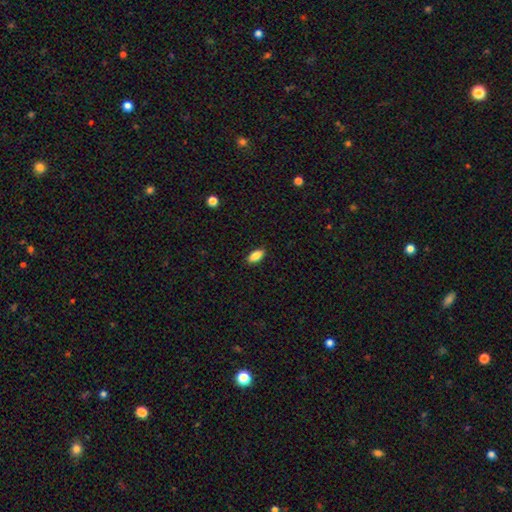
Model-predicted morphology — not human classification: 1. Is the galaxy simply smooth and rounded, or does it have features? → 87% smooth, 7% star or artifact, 6% featured or disk.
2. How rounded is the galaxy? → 87% in between, 10% cigar-shaped, 3% round.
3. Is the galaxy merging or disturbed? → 88% none, 9% minor disturbance, 2% major disturbance, 1% merger.